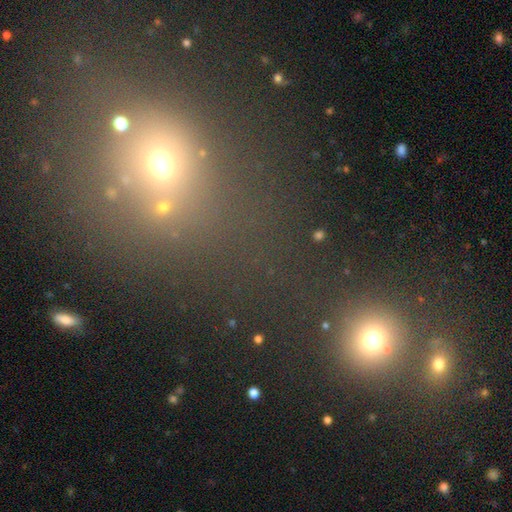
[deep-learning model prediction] Overall: smooth (51%; star or artifact 38%). How rounded: round (75%). Merging: none (66%).